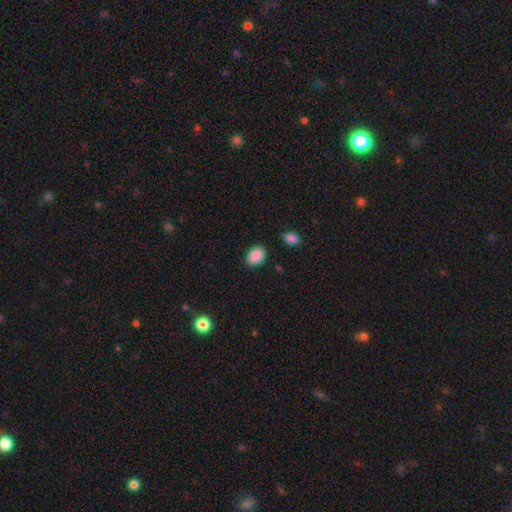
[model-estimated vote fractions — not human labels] Q: Smooth or featured?
A: smooth (90%); runner-up: star or artifact (8%)
Q: How rounded?
A: in between (81%); runner-up: round (18%)
Q: Merging?
A: none (85%); runner-up: minor disturbance (10%)